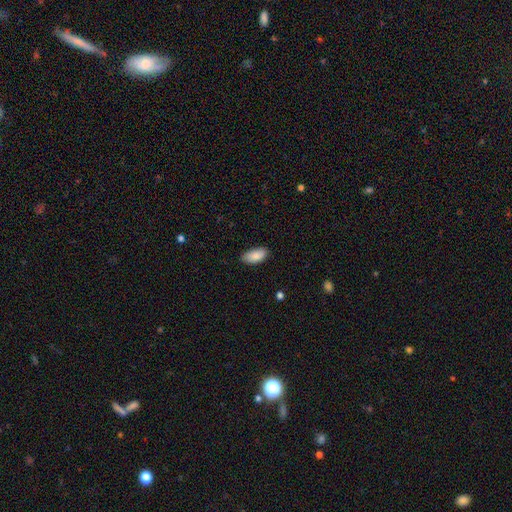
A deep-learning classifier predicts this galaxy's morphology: This is clearly a smooth galaxy (87%). How rounded: clearly in between (93%). Merging: clearly none (81%).